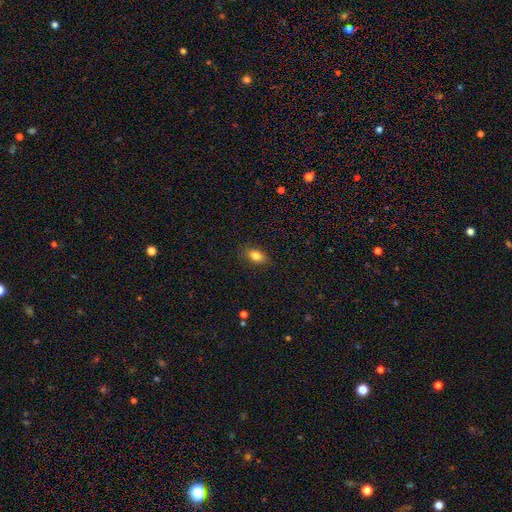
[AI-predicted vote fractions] Q: Smooth or featured?
A: smooth (83%); runner-up: star or artifact (9%)
Q: How rounded?
A: in between (84%); runner-up: round (14%)
Q: Merging?
A: none (85%); runner-up: minor disturbance (11%)